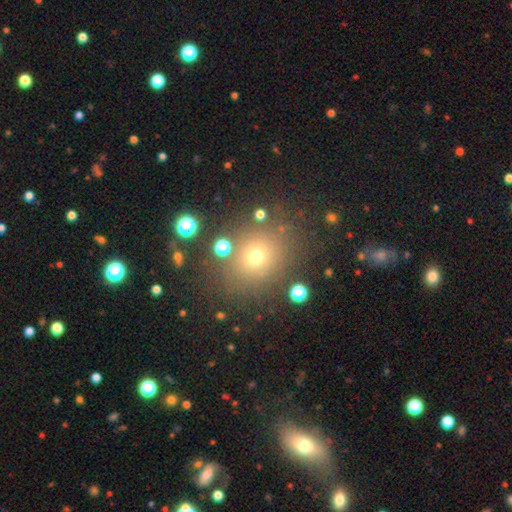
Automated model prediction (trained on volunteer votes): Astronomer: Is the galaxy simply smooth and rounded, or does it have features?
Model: smooth — 67%.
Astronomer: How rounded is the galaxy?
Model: round — 74%.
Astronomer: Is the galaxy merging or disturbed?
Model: none — 80%.